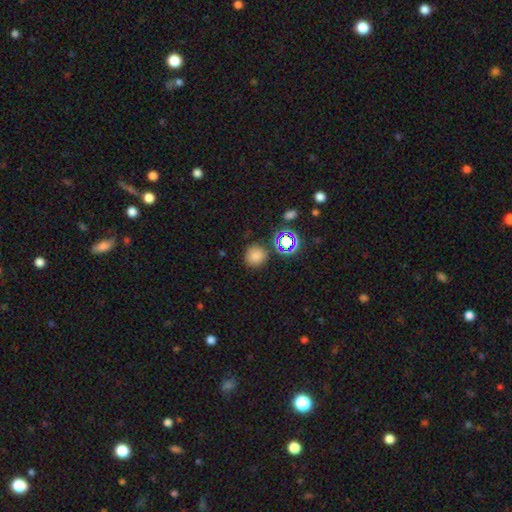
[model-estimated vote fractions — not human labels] smooth 75%, star or artifact 20%, featured or disk 6%. Down the decision tree: how rounded — round (89%); merging — none (81%).